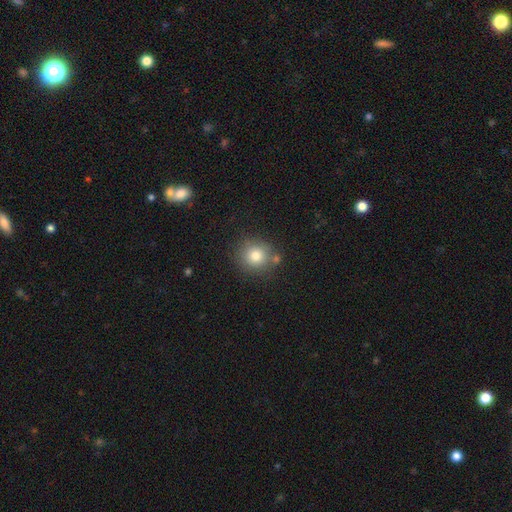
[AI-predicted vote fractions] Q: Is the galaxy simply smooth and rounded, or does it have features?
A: smooth — 78%.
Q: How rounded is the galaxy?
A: round — 90%.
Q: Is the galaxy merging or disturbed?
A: none — 77%.